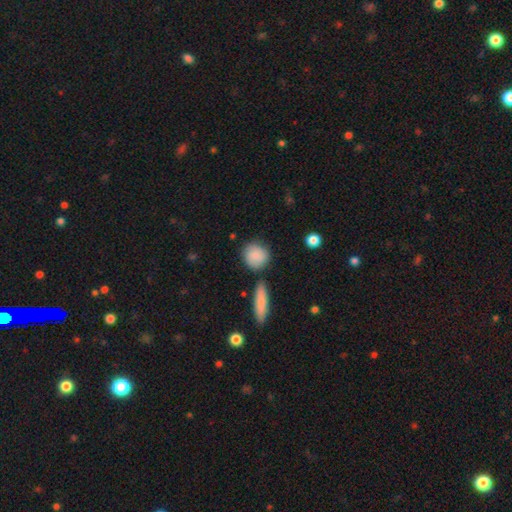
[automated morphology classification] Smooth or featured? Predicted: smooth (p=0.86). How rounded? Predicted: round (p=0.81). Merging? Predicted: none (p=0.74).